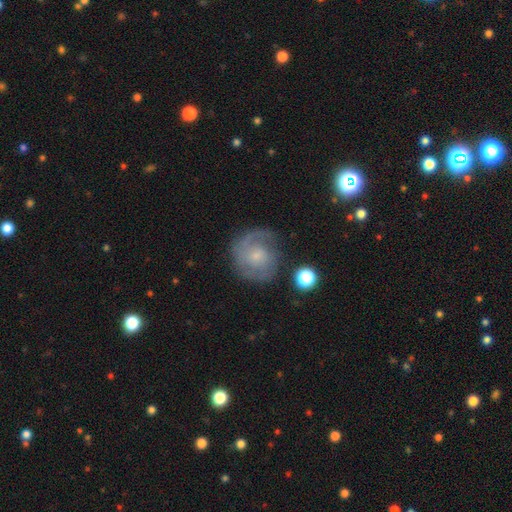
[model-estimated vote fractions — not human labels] Smooth or featured?
  - featured or disk: 72% *
  - smooth: 21%
  - star or artifact: 7%
Edge-on disk?
  - no: 98% *
  - yes: 2%
Bar?
  - no: 67% *
  - weak: 29%
  - strong: 4%
Spiral arms?
  - yes: 92% *
  - no: 8%
Spiral winding?
  - tight: 45% *
  - medium: 40%
  - loose: 15%
Spiral arm count?
  - 2: 54% *
  - can't tell: 19%
  - 1: 15%
  - 3: 7%
  - 4: 3%
  - more than 4: 3%
Bulge size?
  - small: 66% *
  - moderate: 21%
  - none: 9%
  - large: 3%
  - dominant: 1%
Merging?
  - none: 72% *
  - minor disturbance: 16%
  - major disturbance: 9%
  - merger: 2%